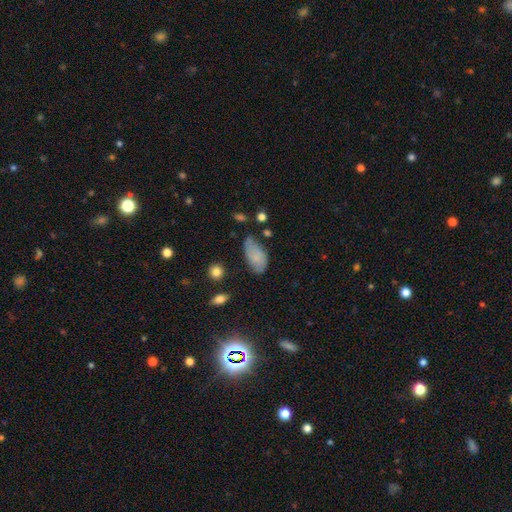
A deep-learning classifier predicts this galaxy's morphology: smooth_or_featured: smooth (p=0.71) [alt: featured or disk p=0.20]
how_rounded: in between (p=0.92) [alt: cigar-shaped p=0.04]
merging: none (p=0.47) [alt: minor disturbance p=0.38]